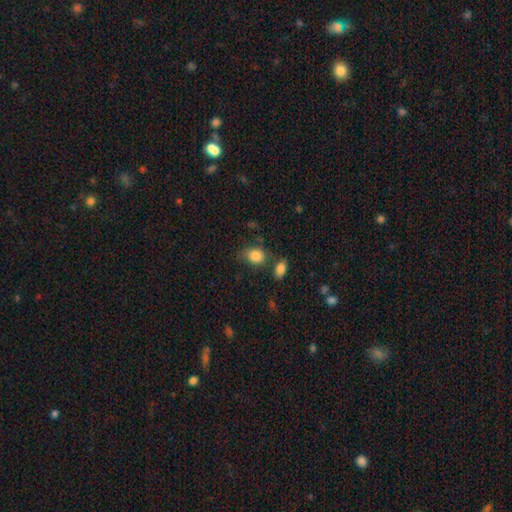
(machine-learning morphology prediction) Smooth or featured? Predicted: smooth (p=0.85). How rounded? Predicted: in between (p=0.61). Merging? Predicted: none (p=0.58).